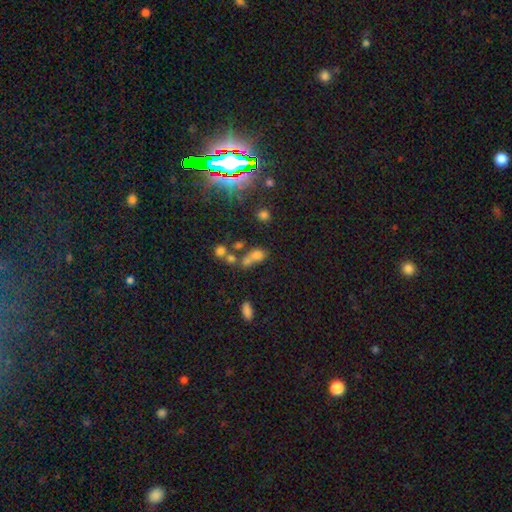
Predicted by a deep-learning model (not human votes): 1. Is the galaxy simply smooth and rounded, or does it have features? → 61% smooth, 21% star or artifact, 18% featured or disk.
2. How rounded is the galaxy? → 57% in between, 38% round, 5% cigar-shaped.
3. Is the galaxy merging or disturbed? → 49% merger, 28% none, 12% minor disturbance, 11% major disturbance.